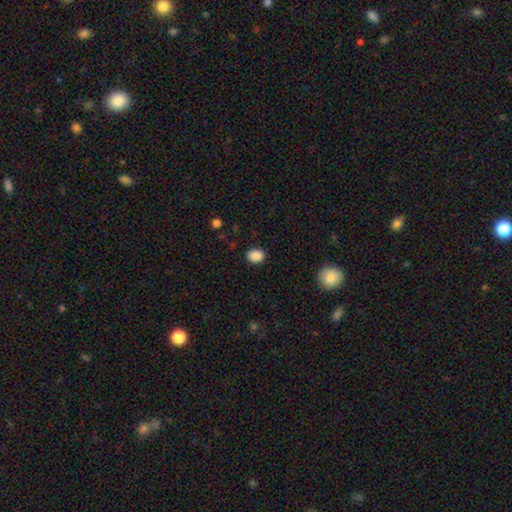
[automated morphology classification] Overall: smooth (89%). How rounded: in between (63%; round 36%). Merging: none (87%).